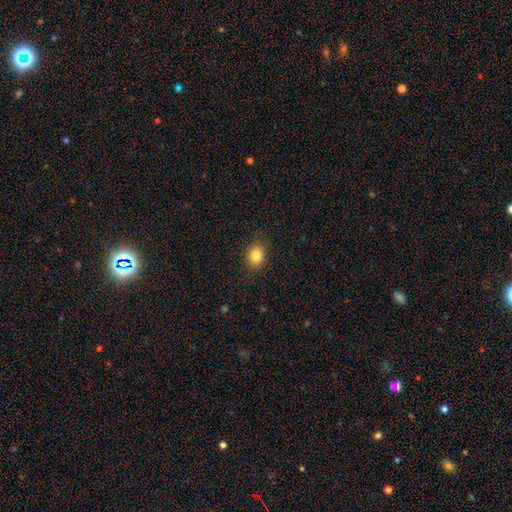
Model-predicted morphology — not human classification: Overall: smooth (83%). How rounded: in between (55%; round 44%). Merging: none (84%).